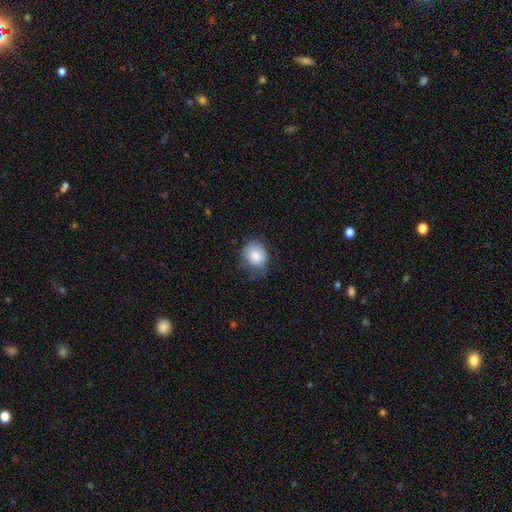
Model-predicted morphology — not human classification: Smooth or featured? Predicted: smooth (p=0.82). How rounded? Predicted: round (p=0.68). Merging? Predicted: none (p=0.54).